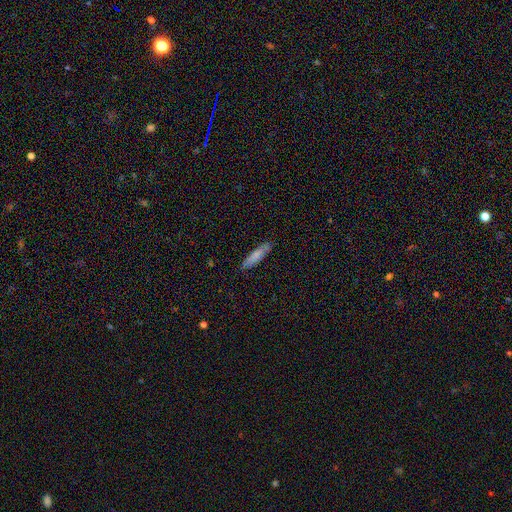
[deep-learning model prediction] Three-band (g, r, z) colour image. It shows a smooth galaxy with no disk features (78%) that is cigar-shaped (81%). Merging: none (85%).